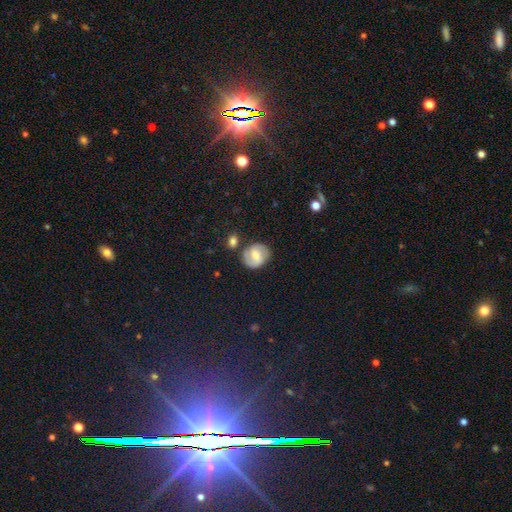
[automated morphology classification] featured or disk 49%, smooth 43%, star or artifact 8%. Down the decision tree: merging — none (72%).